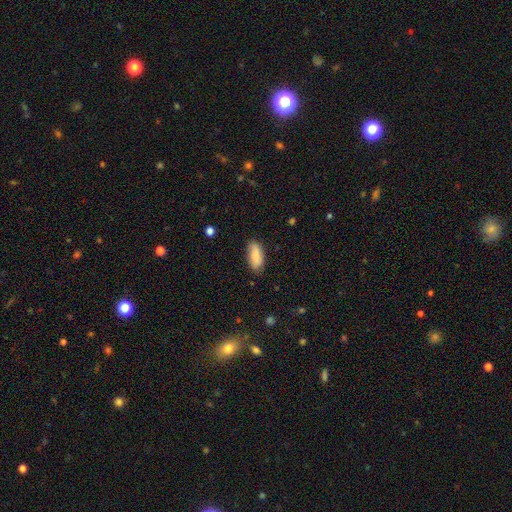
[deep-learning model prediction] The model was most divided on "how rounded": in between: 83%, cigar-shaped: 15%, round: 2%. More confident: smooth or featured — smooth (88%); merging — none (82%).